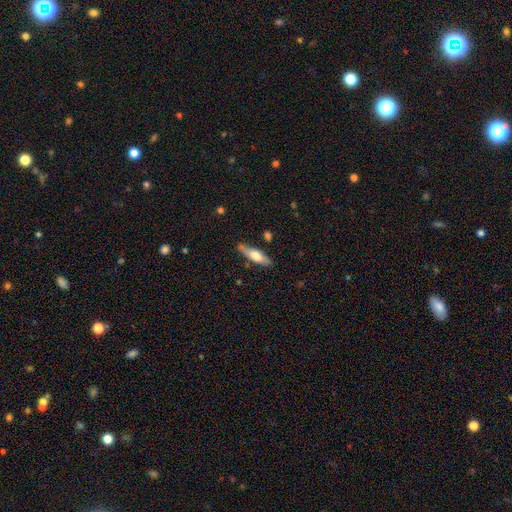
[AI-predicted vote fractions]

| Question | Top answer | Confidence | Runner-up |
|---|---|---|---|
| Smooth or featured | smooth | 56% | featured or disk (39%) |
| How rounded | cigar-shaped | 61% | in between (37%) |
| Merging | none | 80% | minor disturbance (14%) |